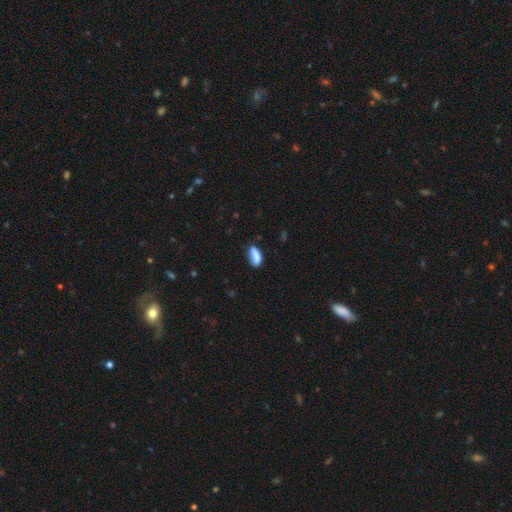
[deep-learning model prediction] This appears to be a smooth galaxy with no disk features (81%) that is in between round and cigar-shaped (72%). Merging: none (61%).